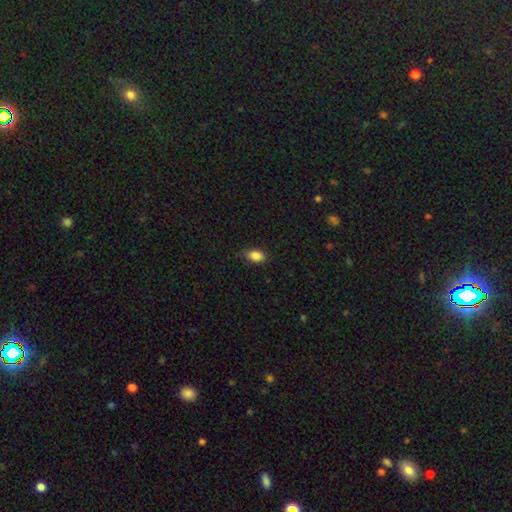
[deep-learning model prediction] Smooth or featured? Predicted: smooth (p=0.87). How rounded? Predicted: in between (p=0.85). Merging? Predicted: none (p=0.75).